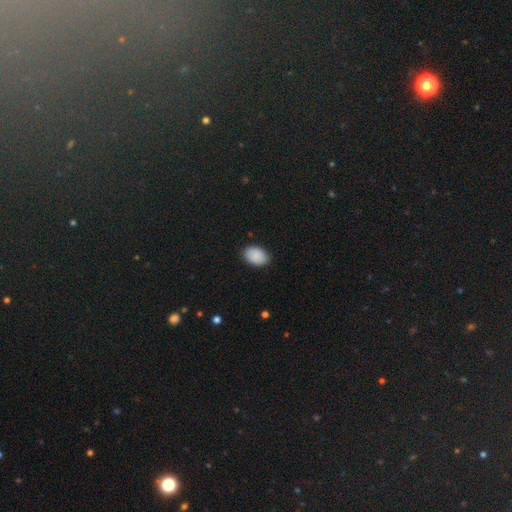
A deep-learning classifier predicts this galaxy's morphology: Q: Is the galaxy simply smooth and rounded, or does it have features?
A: smooth — 90%.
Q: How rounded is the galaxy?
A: in between — 87%.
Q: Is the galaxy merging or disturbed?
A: none — 87%.